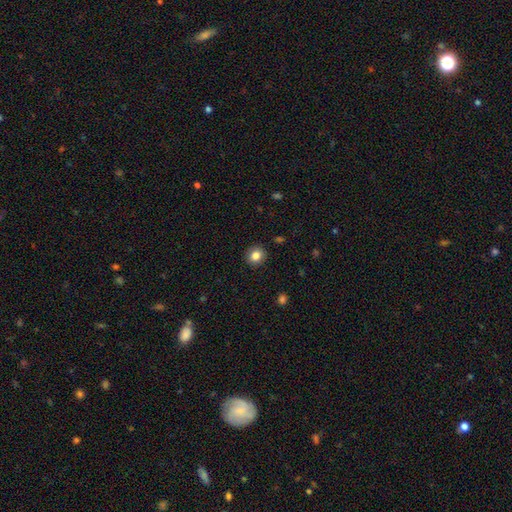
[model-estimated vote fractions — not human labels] A smooth galaxy with no disk features (83%) that is round (87%).

Vote fractions:
- Smooth or featured? smooth: 83% / star or artifact: 10% / featured or disk: 7%
- How rounded? round: 87% / in between: 12% / cigar-shaped: 1%
- Merging? none: 91% / minor disturbance: 6% / major disturbance: 2% / merger: 1%